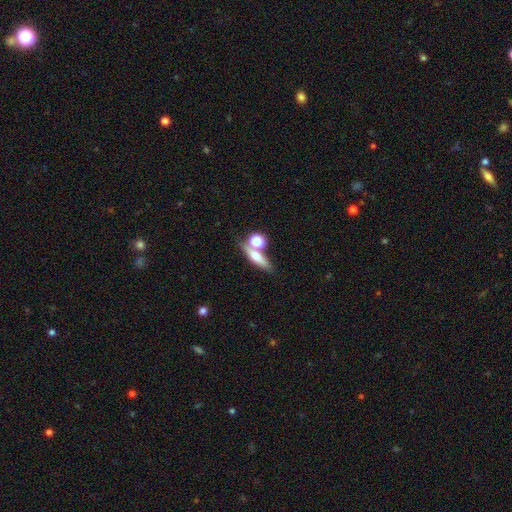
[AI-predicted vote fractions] Q: Smooth or featured?
A: smooth (61%); runner-up: featured or disk (28%)
Q: How rounded?
A: cigar-shaped (44%); runner-up: in between (38%)
Q: Merging?
A: none (54%); runner-up: merger (30%)